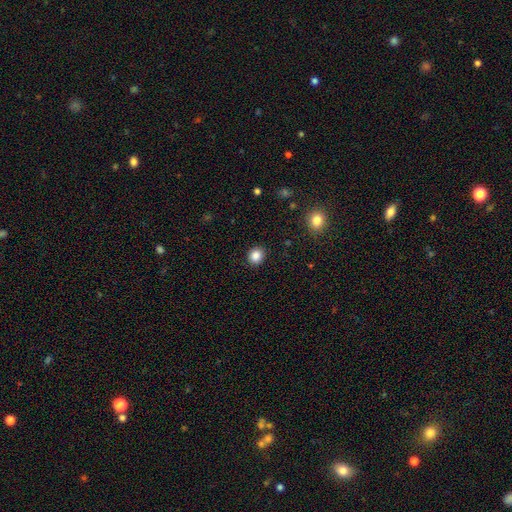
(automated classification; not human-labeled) Smooth or featured?
  - smooth: 86% *
  - star or artifact: 10%
  - featured or disk: 4%
How rounded?
  - round: 78% *
  - in between: 21%
  - cigar-shaped: 1%
Merging?
  - none: 91% *
  - minor disturbance: 6%
  - major disturbance: 2%
  - merger: 1%